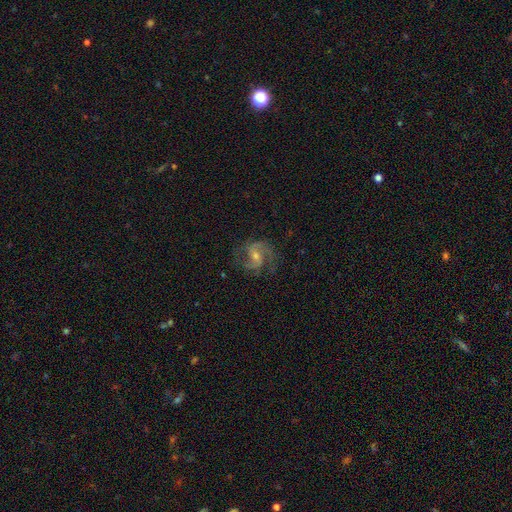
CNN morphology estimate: Overall: featured or disk (88%). Edge-on disk: no (98%). Bar: weak (44%; no 42%). Spiral arms: yes (98%). Spiral arm count: 2 (77%). Spiral winding: medium (60%; tight 21%). Bulge size: small (51%; moderate 44%). Merging: none (73%).